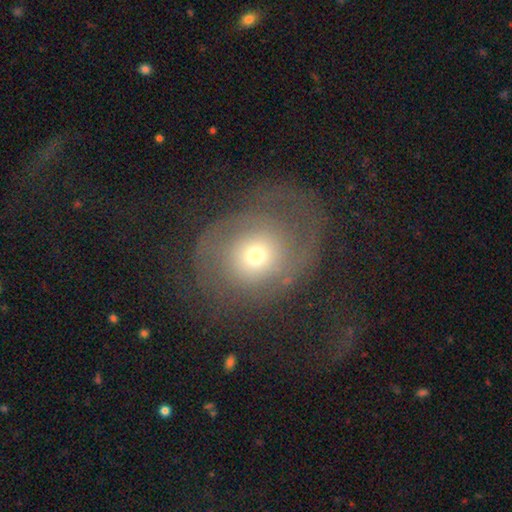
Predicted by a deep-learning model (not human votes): A featured or disk galaxy (54%) with no bar (83%), spiral arms (65%) and a small central bulge (46%).

Vote fractions:
- Smooth or featured? featured or disk: 54% / smooth: 36% / star or artifact: 11%
- Edge-on disk? no: 95% / yes: 5%
- Bar? no: 83% / weak: 13% / strong: 4%
- Spiral arms? yes: 65% / no: 35%
- Bulge size? small: 46% / moderate: 44% / large: 6% / dominant: 2% / none: 1%
- Merging? none: 52% / major disturbance: 29% / minor disturbance: 18% / merger: 2%